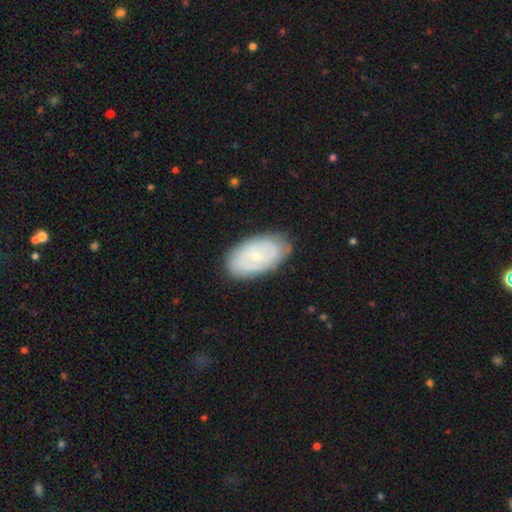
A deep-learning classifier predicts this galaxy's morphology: smooth_or_featured: featured or disk (p=0.59) [alt: smooth p=0.35]
disk_edge_on: no (p=0.94) [alt: yes p=0.06]
bar: no (p=0.69) [alt: weak p=0.26]
has_spiral_arms: yes (p=0.67) [alt: no p=0.33]
bulge_size: small (p=0.72) [alt: moderate p=0.24]
merging: none (p=0.81) [alt: minor disturbance p=0.14]